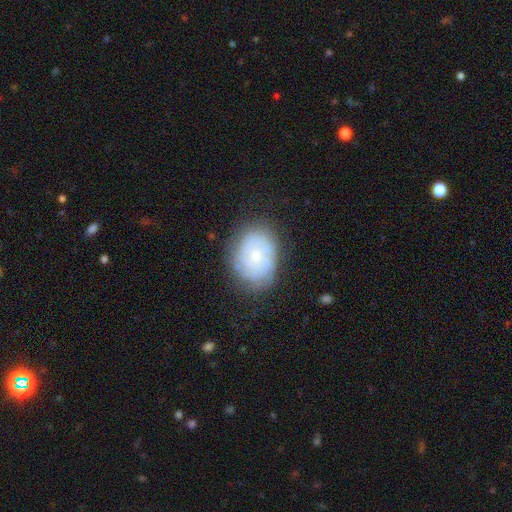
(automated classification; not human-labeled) Morphology: type=featured or disk (53%); edge-on=no (97%); bar=no (80%); spiral arms=yes (76%); bulge=small (67%); merging=none (74%).